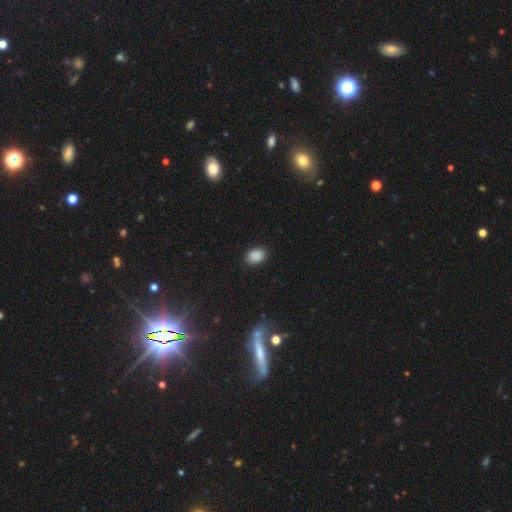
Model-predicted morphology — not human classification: smooth 89%, star or artifact 9%, featured or disk 3%. Down the decision tree: how rounded — in between (73%); merging — none (87%).